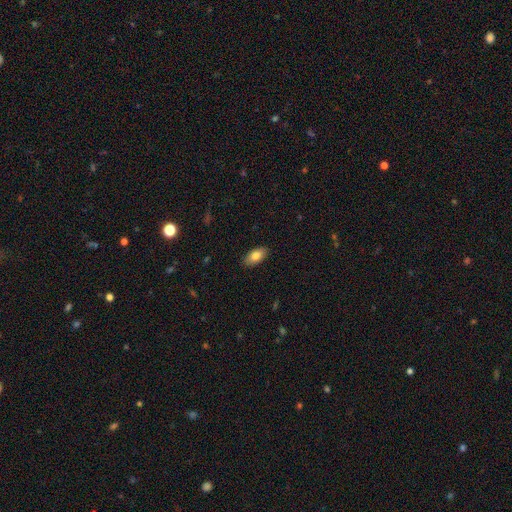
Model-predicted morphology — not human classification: This appears to be a smooth galaxy with no disk features (81%) that is in between round and cigar-shaped (92%). Merging: none (88%).